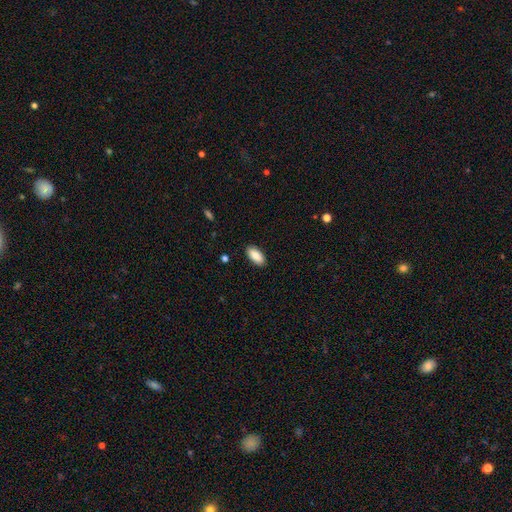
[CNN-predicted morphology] Q: Smooth or featured?
A: smooth (87%); runner-up: featured or disk (7%)
Q: How rounded?
A: in between (93%); runner-up: cigar-shaped (5%)
Q: Merging?
A: none (89%); runner-up: minor disturbance (8%)